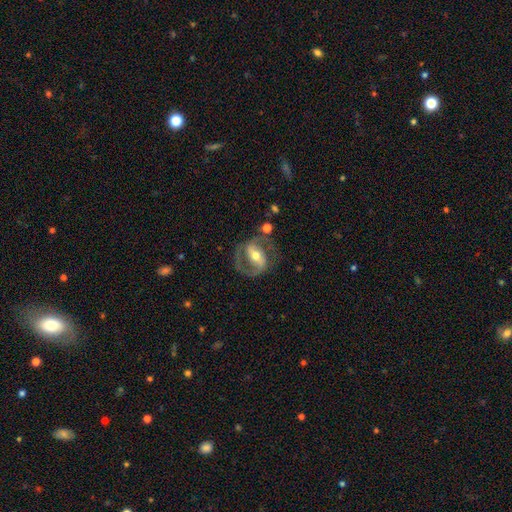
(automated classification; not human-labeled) A featured or disk galaxy (83%) with a strong bar (52%), 2 (86%) medium (55%) spiral arms (88%) and a moderate central bulge (67%). Merging: none (66%).